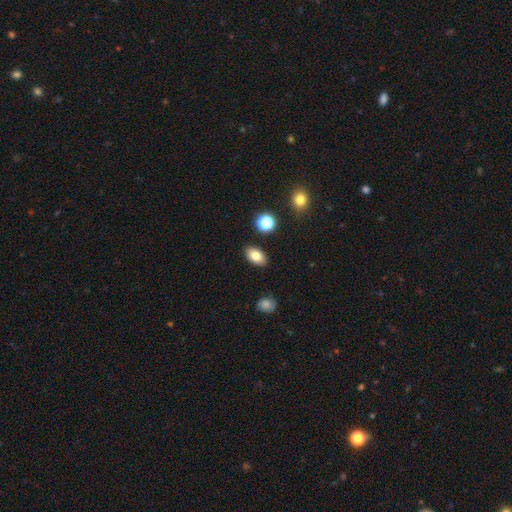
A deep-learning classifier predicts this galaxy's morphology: smooth 81%, featured or disk 9%, star or artifact 9%. Down the decision tree: how rounded — in between (91%); merging — none (88%).